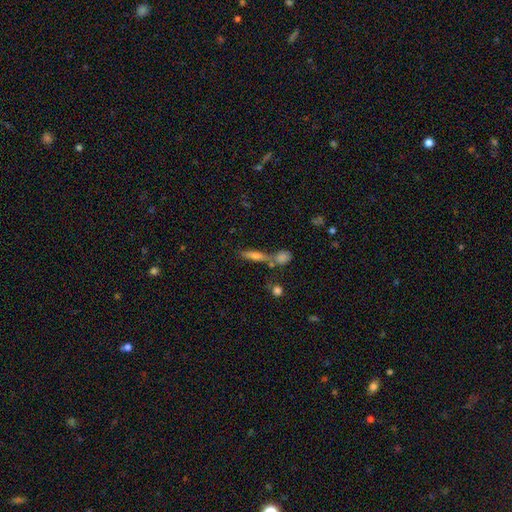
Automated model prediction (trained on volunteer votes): This is possibly a smooth galaxy (48%). Merging: possibly none (59%).